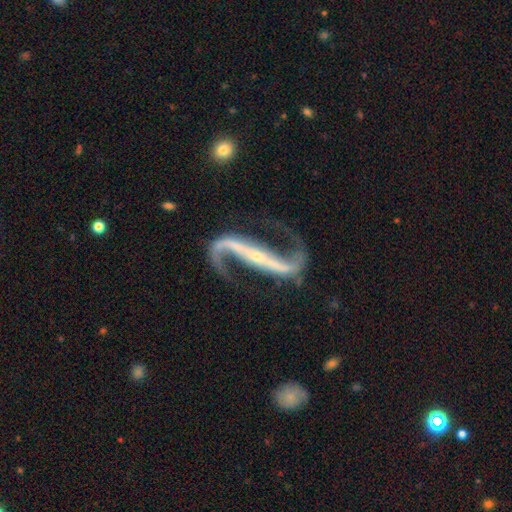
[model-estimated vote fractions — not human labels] smooth_or_featured: featured or disk (p=0.93) [alt: star or artifact p=0.04]
disk_edge_on: no (p=0.91) [alt: yes p=0.09]
bar: strong (p=0.78) [alt: weak p=0.12]
has_spiral_arms: yes (p=0.98) [alt: no p=0.02]
spiral_winding: loose (p=0.70) [alt: medium p=0.23]
spiral_arm_count: 2 (p=0.94) [alt: 1 p=0.02]
bulge_size: small (p=0.79) [alt: moderate p=0.13]
merging: none (p=0.75) [alt: minor disturbance p=0.13]